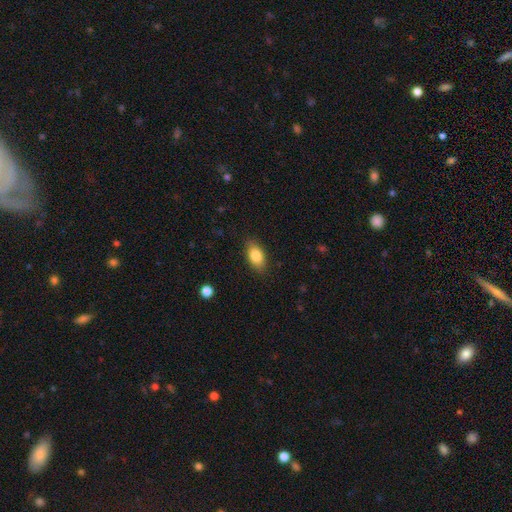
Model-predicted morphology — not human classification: Smooth or featured: smooth — 83% (featured or disk — 10%)
How rounded: in between — 89% (round — 6%)
Merging: none — 85% (minor disturbance — 11%)